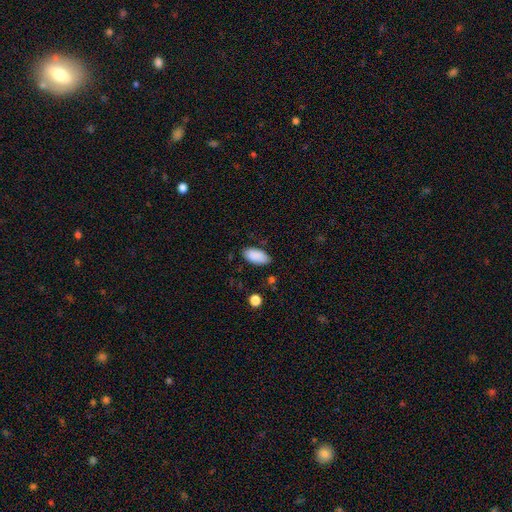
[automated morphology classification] type=smooth (89%); roundness=in between (93%); merging=none (81%).